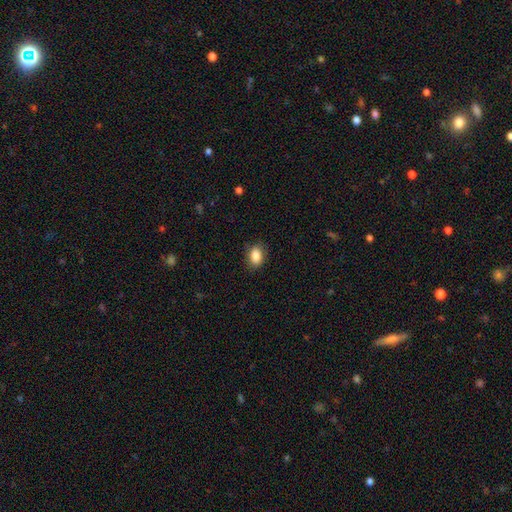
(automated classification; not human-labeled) This is clearly a smooth galaxy (87%). How rounded: clearly in between (80%). Merging: clearly none (85%).